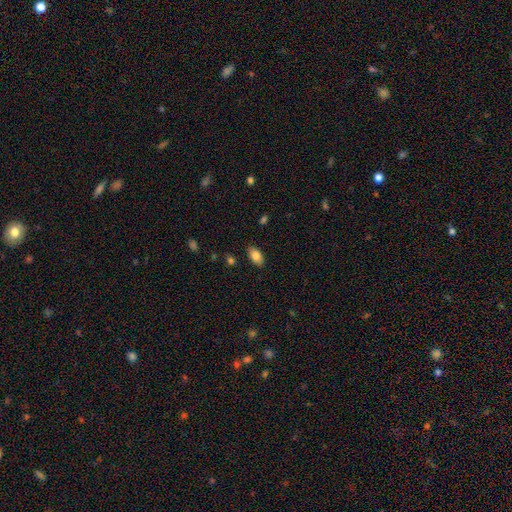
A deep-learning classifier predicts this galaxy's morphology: Smooth or featured?
  - smooth: 84% *
  - featured or disk: 9%
  - star or artifact: 8%
How rounded?
  - in between: 93% *
  - round: 4%
  - cigar-shaped: 2%
Merging?
  - none: 87% *
  - minor disturbance: 10%
  - major disturbance: 2%
  - merger: 1%